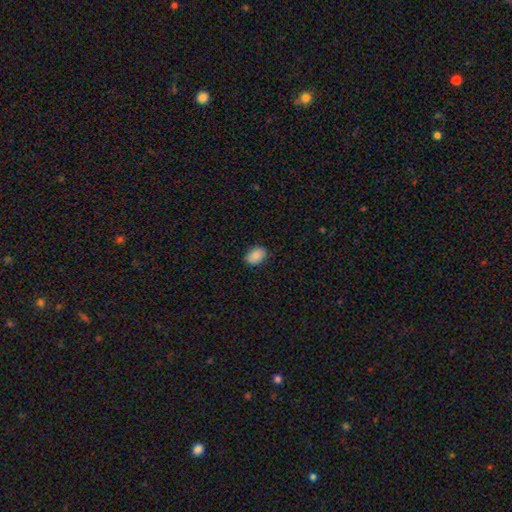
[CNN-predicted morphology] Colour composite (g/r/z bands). It shows a smooth galaxy with no disk features (89%) that is in between round and cigar-shaped (84%). Merging: none (84%).